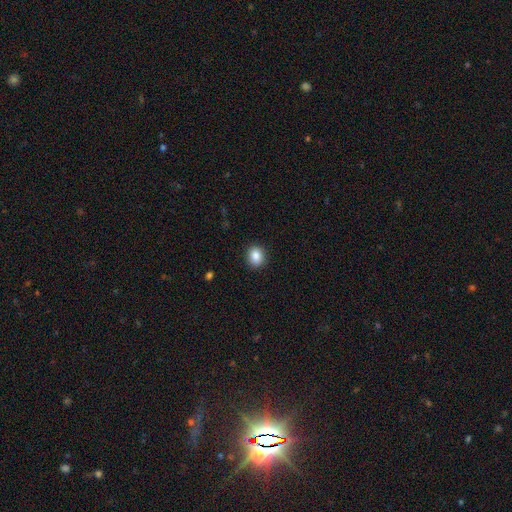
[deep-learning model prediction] The model was most divided on "how rounded": round: 65%, in between: 35%, cigar-shaped: 1%. More confident: merging — none (91%); smooth or featured — smooth (87%).